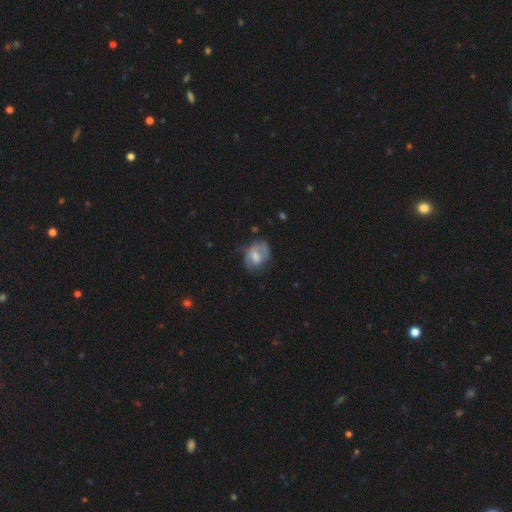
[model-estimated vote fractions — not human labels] Smooth or featured? smooth (54%)
How rounded? in between (61%)
Merging? none (47%)